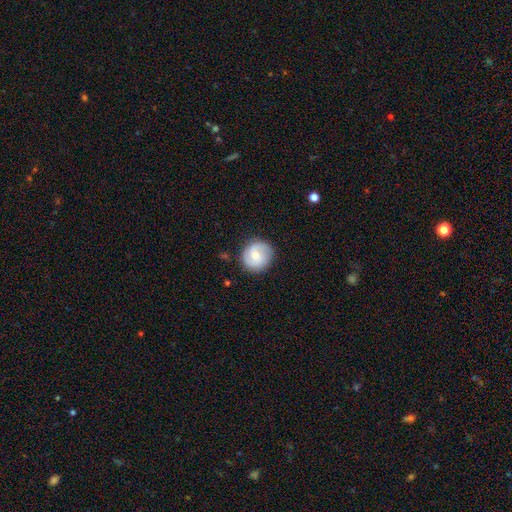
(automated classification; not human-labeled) The model was most divided on "bar": no: 47%, weak: 45%, strong: 8%. More confident: edge-on disk — no (98%); spiral arms — yes (87%); merging — none (85%); smooth or featured — featured or disk (51%); bulge size — moderate (50%).